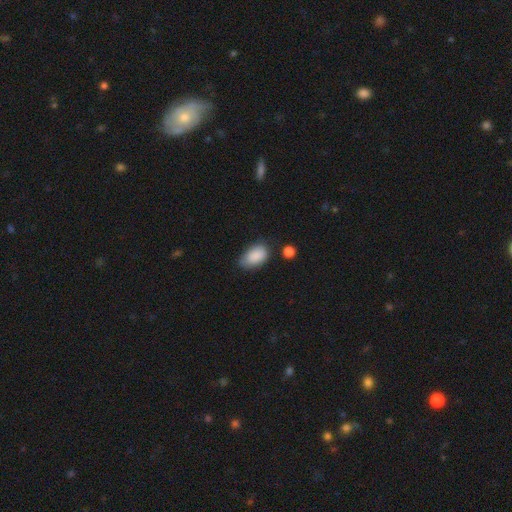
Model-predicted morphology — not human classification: A smooth galaxy with no disk features (88%) that is in between round and cigar-shaped (92%). Merging: none (64%).